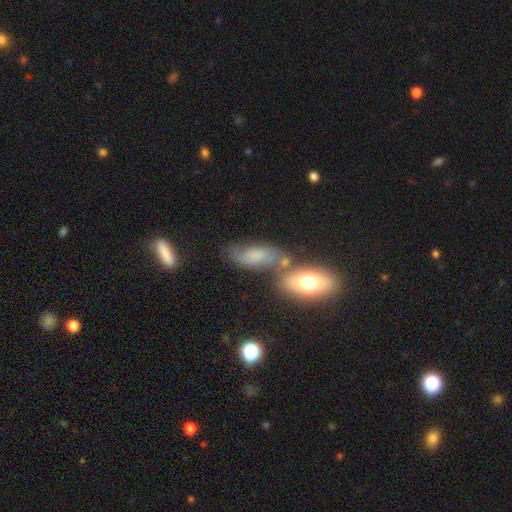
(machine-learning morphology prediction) Overall: smooth (57%; featured or disk 31%). How rounded: in between (79%). Merging: none (46%; merger 24%).